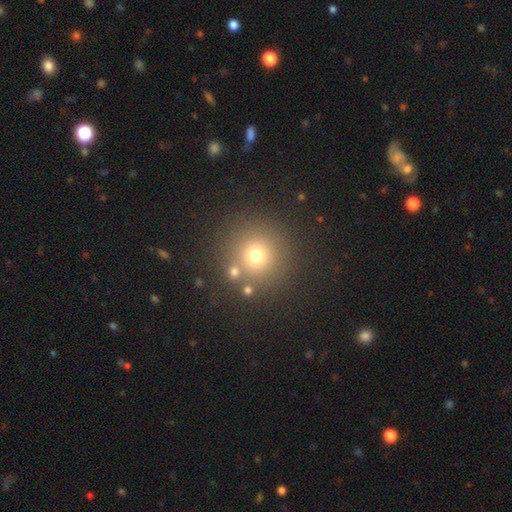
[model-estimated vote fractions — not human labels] Smooth or featured? Predicted: smooth (p=0.70). How rounded? Predicted: round (p=0.94). Merging? Predicted: none (p=0.81).